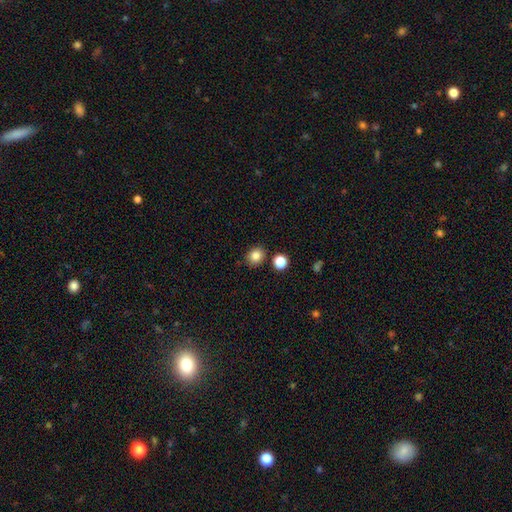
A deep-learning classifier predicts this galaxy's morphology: A smooth galaxy with no disk features (84%) that is round (75%). Merging: none (83%).